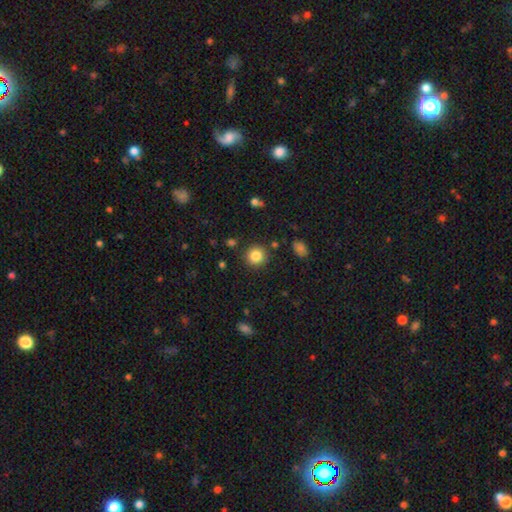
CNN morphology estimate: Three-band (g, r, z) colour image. It shows a smooth galaxy with no disk features (84%) that is round (92%). Merging: none (88%).